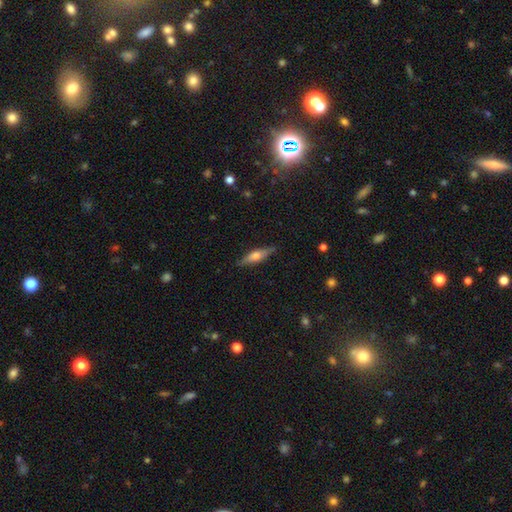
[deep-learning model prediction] The model was most divided on "smooth or featured" (2-way tie): smooth: 47%, featured or disk: 47%, star or artifact: 6%. More confident: merging — none (86%).